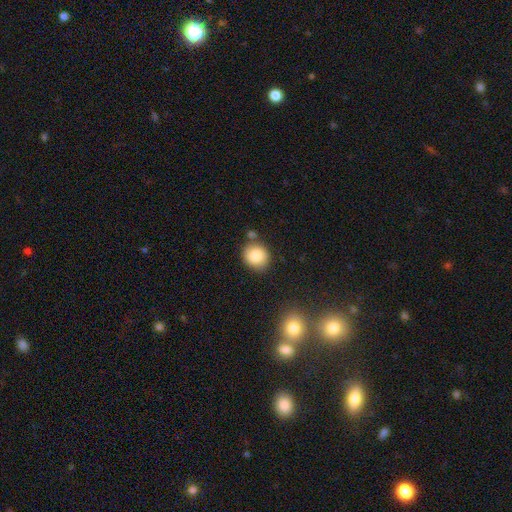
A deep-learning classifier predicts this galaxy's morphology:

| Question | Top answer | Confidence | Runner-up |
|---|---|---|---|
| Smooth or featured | smooth | 87% | star or artifact (8%) |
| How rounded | round | 81% | in between (18%) |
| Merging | none | 74% | minor disturbance (13%) |